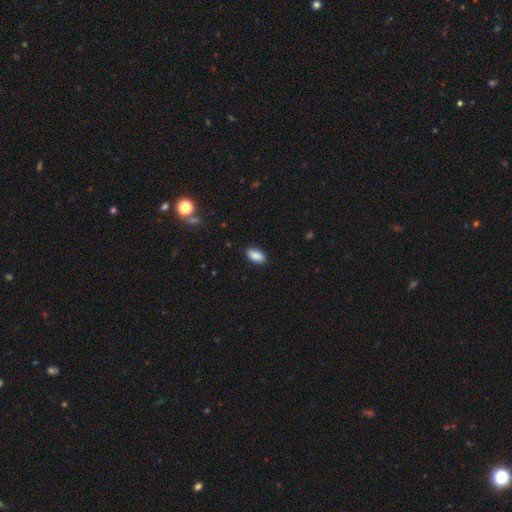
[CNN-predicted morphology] Q: Smooth or featured?
A: smooth (88%); runner-up: star or artifact (8%)
Q: How rounded?
A: in between (92%); runner-up: cigar-shaped (5%)
Q: Merging?
A: none (88%); runner-up: minor disturbance (9%)